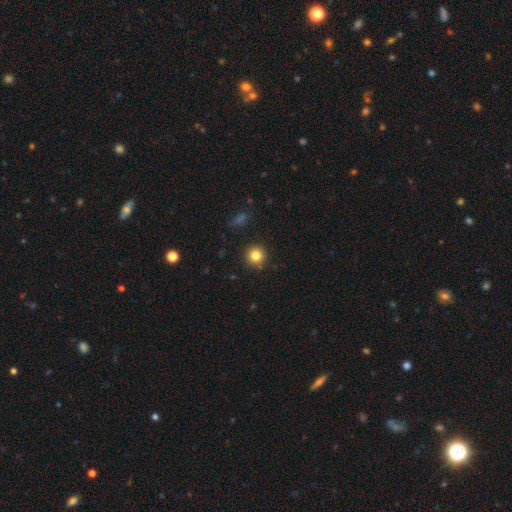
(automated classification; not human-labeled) Smooth or featured?
  - smooth: 83% *
  - star or artifact: 11%
  - featured or disk: 6%
How rounded?
  - round: 95% *
  - in between: 4%
  - cigar-shaped: 1%
Merging?
  - none: 90% *
  - minor disturbance: 6%
  - major disturbance: 2%
  - merger: 2%